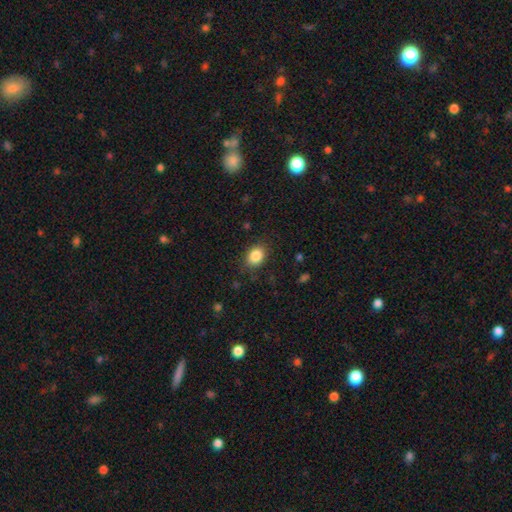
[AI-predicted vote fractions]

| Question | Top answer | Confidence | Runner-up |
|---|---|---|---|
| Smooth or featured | smooth | 86% | star or artifact (9%) |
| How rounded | in between | 66% | round (33%) |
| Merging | none | 84% | minor disturbance (12%) |